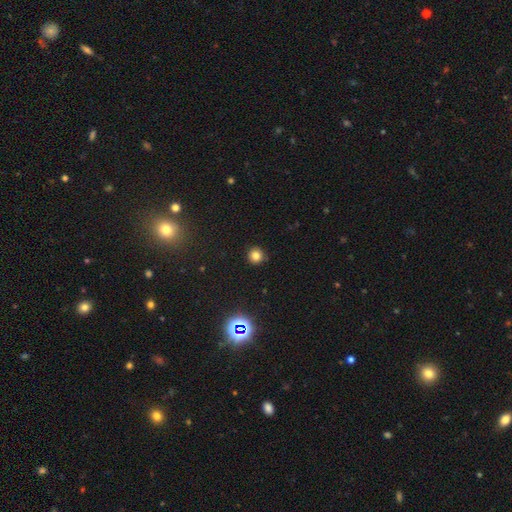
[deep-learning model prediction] Smooth or featured: smooth — 78% (star or artifact — 16%)
How rounded: round — 94% (in between — 5%)
Merging: none — 90% (minor disturbance — 7%)